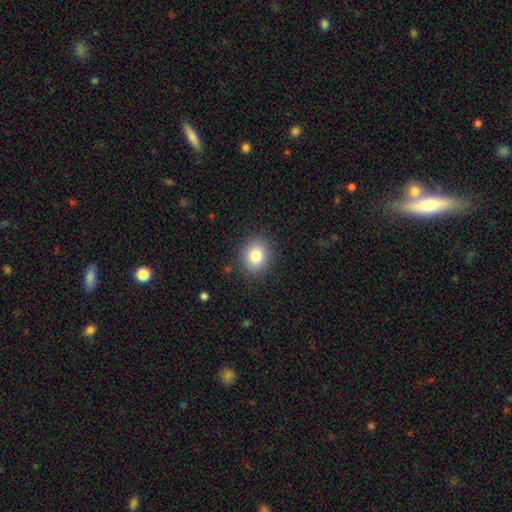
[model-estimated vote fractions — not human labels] Smooth or featured? smooth (83%)
How rounded? round (73%)
Merging? none (88%)